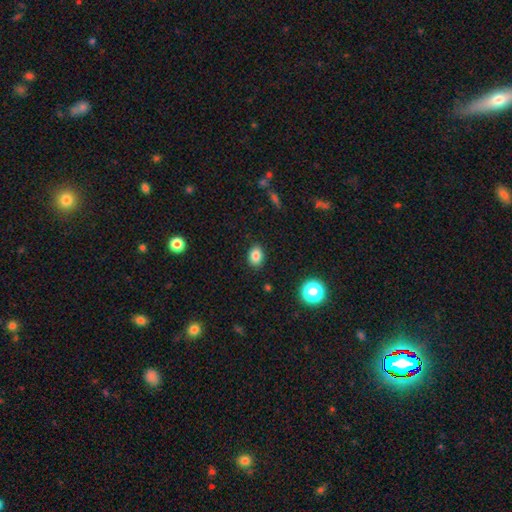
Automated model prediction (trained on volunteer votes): The model was most divided on "how rounded": in between: 70%, round: 29%, cigar-shaped: 1%. More confident: merging — none (88%); smooth or featured — smooth (83%).